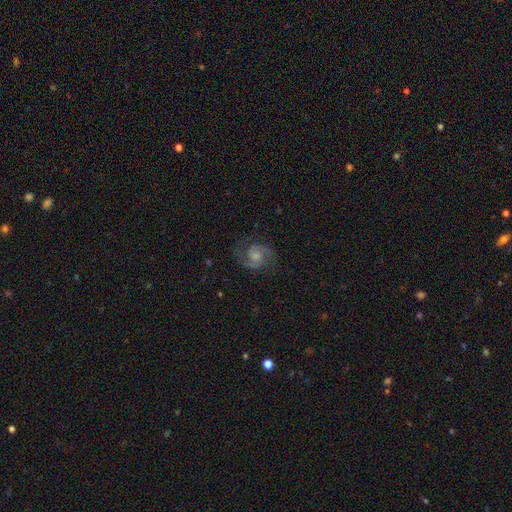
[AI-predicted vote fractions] Morphology: type=featured or disk (86%); edge-on=no (98%); bar=no (58%); spiral arms=yes (98%); winding=medium (60%); arm count=2 (93%); bulge=small (40%); merging=none (77%).